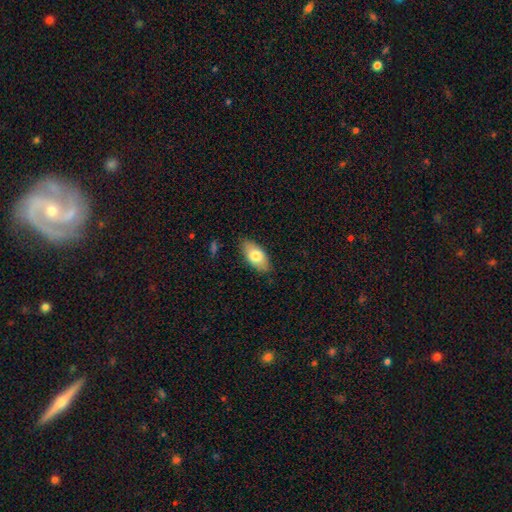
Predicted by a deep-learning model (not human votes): Smooth or featured?
  - smooth: 76% *
  - featured or disk: 17%
  - star or artifact: 6%
How rounded?
  - in between: 91% *
  - cigar-shaped: 6%
  - round: 3%
Merging?
  - none: 85% *
  - minor disturbance: 12%
  - major disturbance: 2%
  - merger: 1%